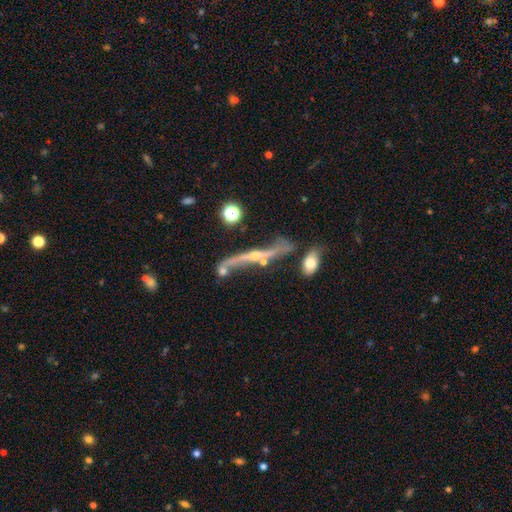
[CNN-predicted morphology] Smooth or featured? featured or disk (81%)
Edge-on disk? yes (68%)
Edge-on bulge? rounded (79%)
Merging? none (46%)